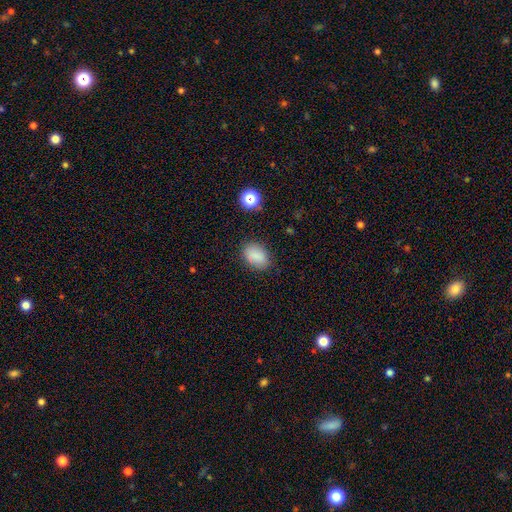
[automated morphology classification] Smooth or featured: smooth — 84% (star or artifact — 10%)
How rounded: in between — 80% (round — 19%)
Merging: none — 80% (minor disturbance — 14%)